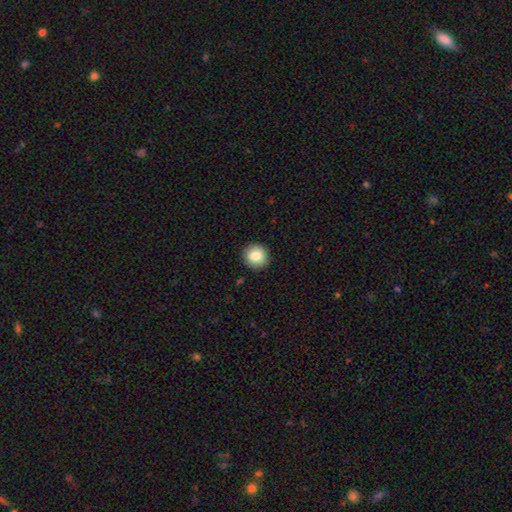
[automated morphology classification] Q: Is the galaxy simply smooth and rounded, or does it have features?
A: smooth — 84%.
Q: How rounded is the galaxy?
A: round — 90%.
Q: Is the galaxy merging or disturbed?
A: none — 91%.